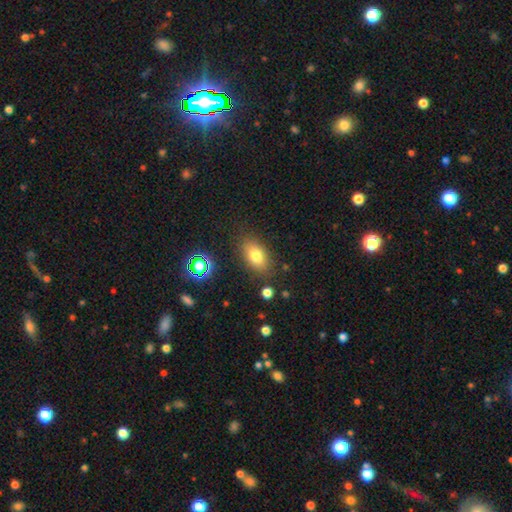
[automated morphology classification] type=smooth (78%); roundness=in between (86%); merging=none (82%).